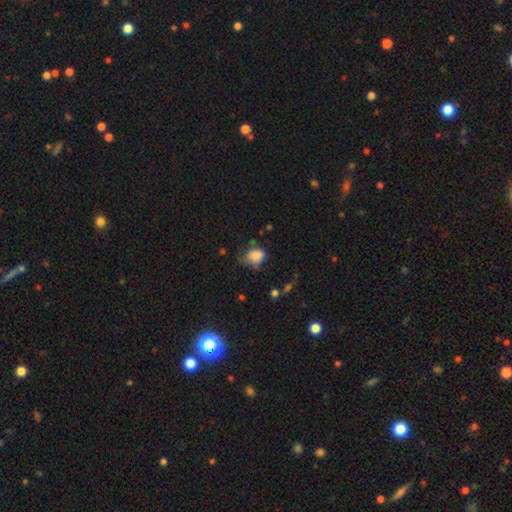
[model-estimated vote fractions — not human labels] Smooth or featured? smooth (82%)
How rounded? round (56%)
Merging? none (39%)